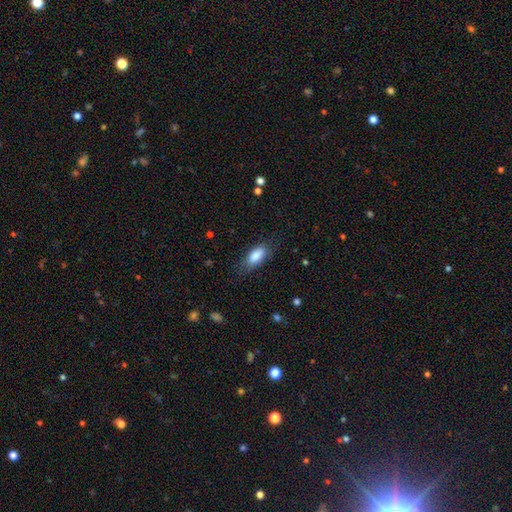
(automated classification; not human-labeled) Smooth or featured? smooth (85%)
How rounded? in between (86%)
Merging? none (75%)